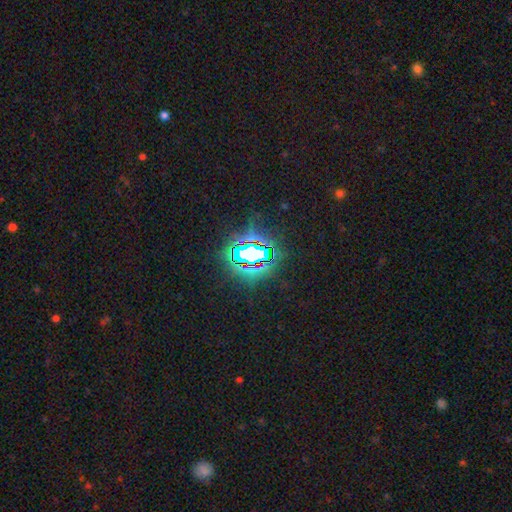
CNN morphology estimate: Smooth or featured: star or artifact — 76% (smooth — 14%)